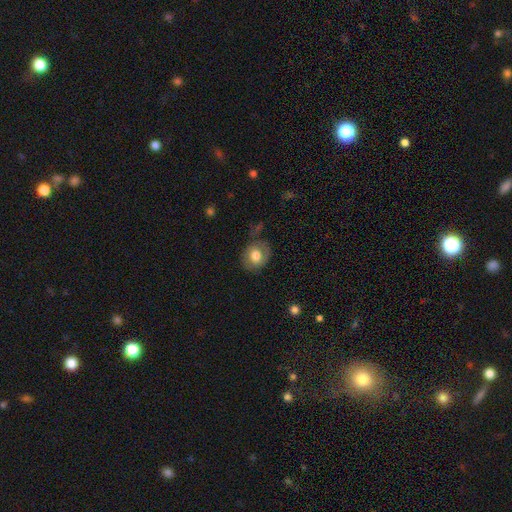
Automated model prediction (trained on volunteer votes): This is likely a smooth galaxy (72%). How rounded: possibly round (59%). Merging: likely none (76%).